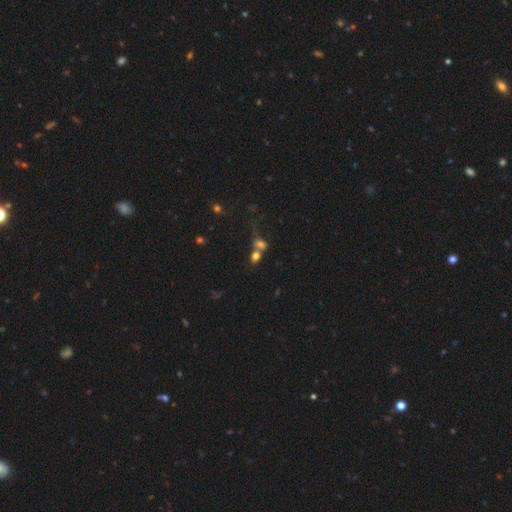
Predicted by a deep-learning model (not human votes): smooth_or_featured: smooth (p=0.71) [alt: star or artifact p=0.17]
how_rounded: in between (p=0.51) [alt: round p=0.47]
merging: merger (p=0.60) [alt: none p=0.27]